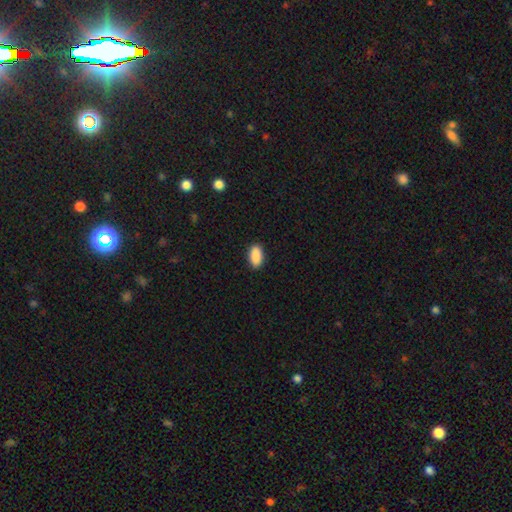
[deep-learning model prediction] smooth 90%, star or artifact 7%, featured or disk 3%. Down the decision tree: how rounded — in between (91%); merging — none (89%).